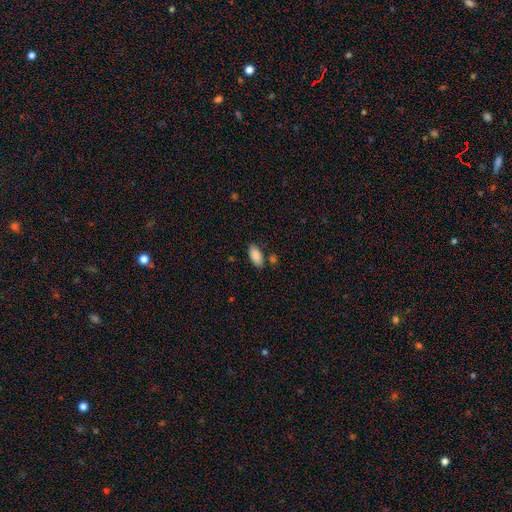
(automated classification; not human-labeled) A smooth galaxy with no disk features (88%) that is in between round and cigar-shaped (92%). Merging: none (79%).